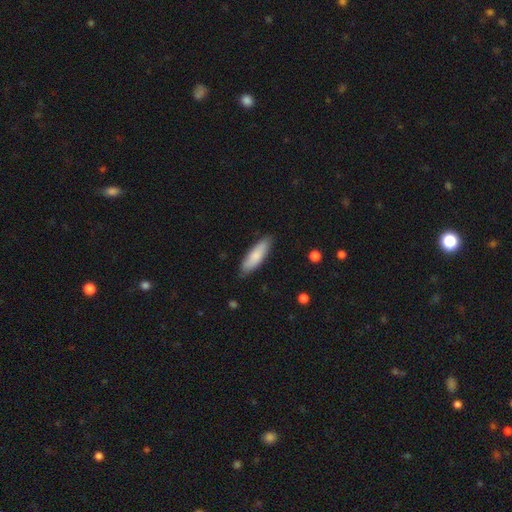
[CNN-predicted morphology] The model was most divided on "how rounded": cigar-shaped: 52%, in between: 46%, round: 1%. More confident: merging — none (83%); smooth or featured — smooth (80%).